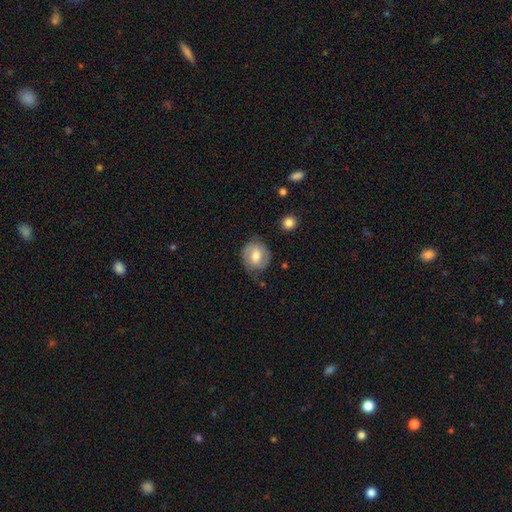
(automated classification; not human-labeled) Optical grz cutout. It shows a smooth galaxy with no disk features (56%) that is round (76%). Merging: none (71%).